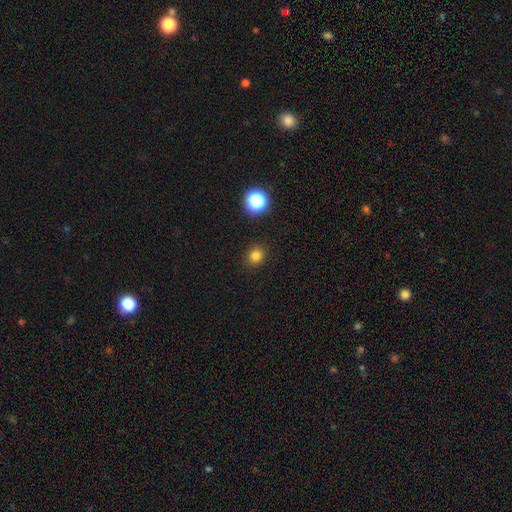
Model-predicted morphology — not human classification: Overall: smooth (80%). How rounded: round (83%). Merging: none (90%).